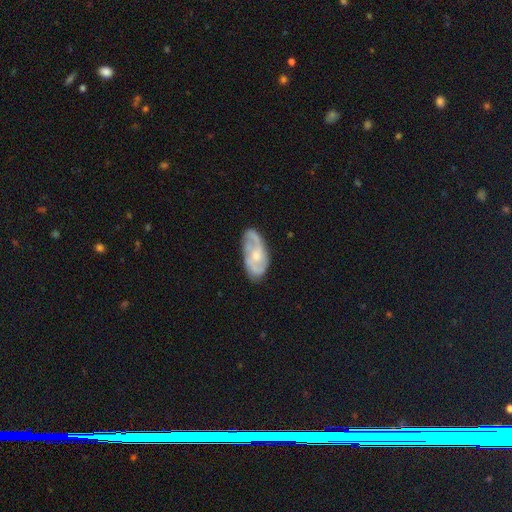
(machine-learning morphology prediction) This appears to be a featured or disk galaxy (74%) with no bar (68%), 2 (47%) medium (46%) spiral arms (91%) and a small central bulge (47%). Merging: none (69%).